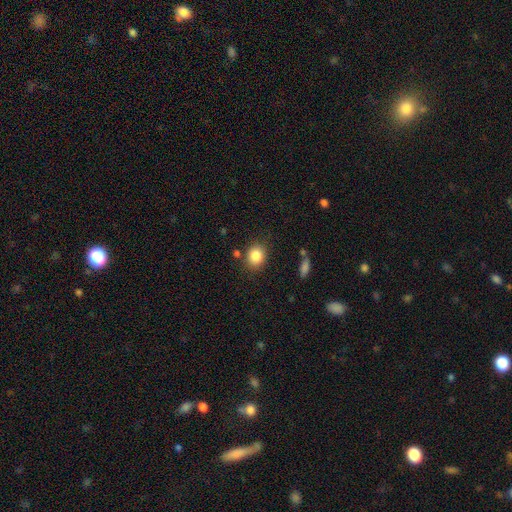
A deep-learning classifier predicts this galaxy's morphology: This appears to be a smooth galaxy with no disk features (85%) that is round (64%). Merging: none (81%).